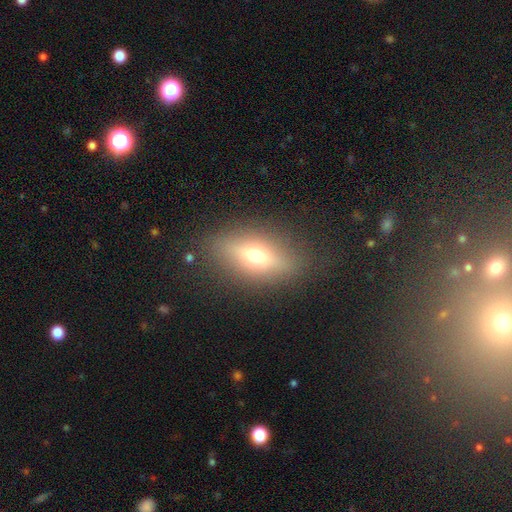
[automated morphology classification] Smooth or featured? Predicted: smooth (p=0.53). How rounded? Predicted: in between (p=0.71). Merging? Predicted: none (p=0.83).